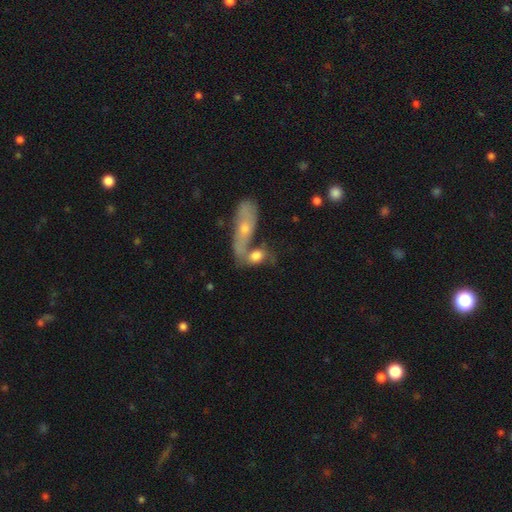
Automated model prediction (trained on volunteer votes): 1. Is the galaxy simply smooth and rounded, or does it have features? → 64% smooth, 28% featured or disk, 8% star or artifact.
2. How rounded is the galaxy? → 71% in between, 16% round, 13% cigar-shaped.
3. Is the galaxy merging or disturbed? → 52% merger, 28% none, 12% minor disturbance, 8% major disturbance.